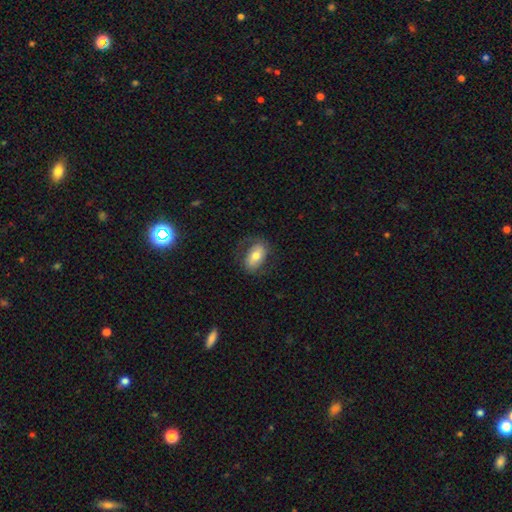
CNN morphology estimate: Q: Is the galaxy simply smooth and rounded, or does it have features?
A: smooth — 55%.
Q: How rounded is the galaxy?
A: in between — 88%.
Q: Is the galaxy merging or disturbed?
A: none — 69%.